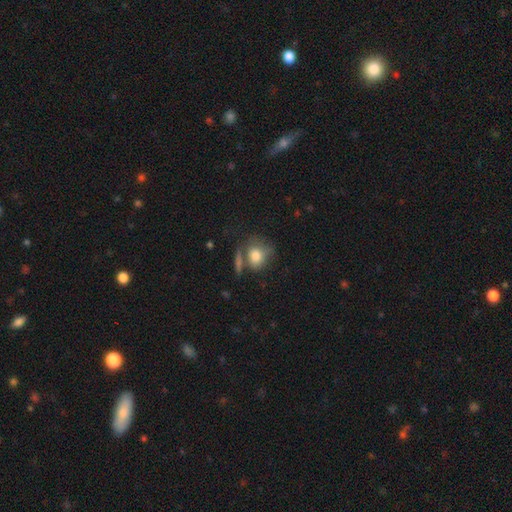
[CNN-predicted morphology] Smooth or featured: smooth — 77% (featured or disk — 14%)
How rounded: round — 58% (in between — 40%)
Merging: none — 49% (minor disturbance — 20%)